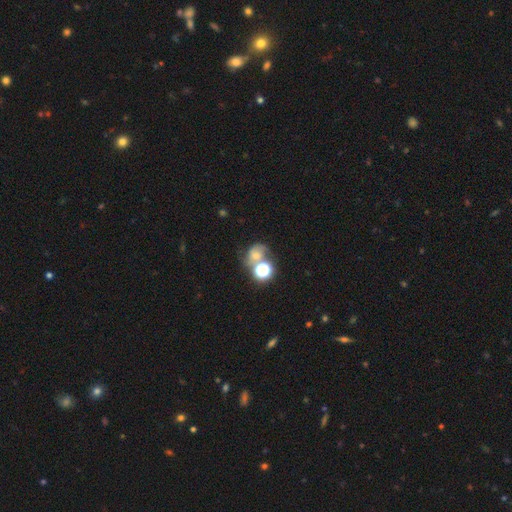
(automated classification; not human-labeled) Smooth or featured? Predicted: star or artifact (p=0.37).